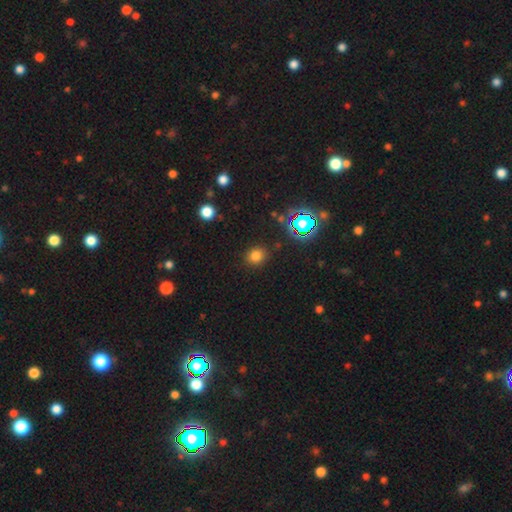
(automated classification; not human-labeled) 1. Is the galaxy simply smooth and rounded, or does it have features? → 75% smooth, 20% star or artifact, 5% featured or disk.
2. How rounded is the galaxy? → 78% round, 20% in between, 1% cigar-shaped.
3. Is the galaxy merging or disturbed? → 87% none, 8% minor disturbance, 3% major disturbance, 2% merger.